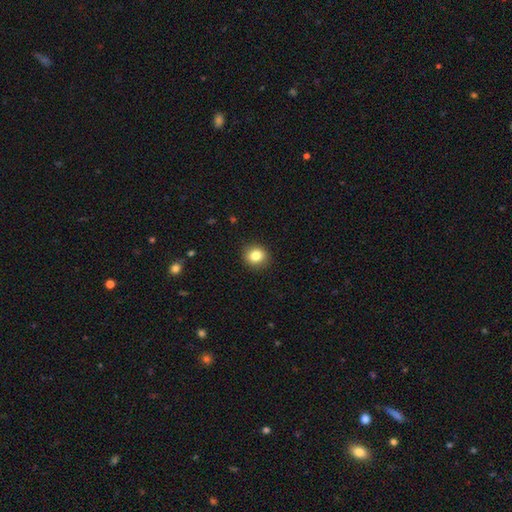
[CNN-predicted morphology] Smooth or featured: smooth — 83% (star or artifact — 10%)
How rounded: round — 82% (in between — 17%)
Merging: none — 91% (minor disturbance — 6%)